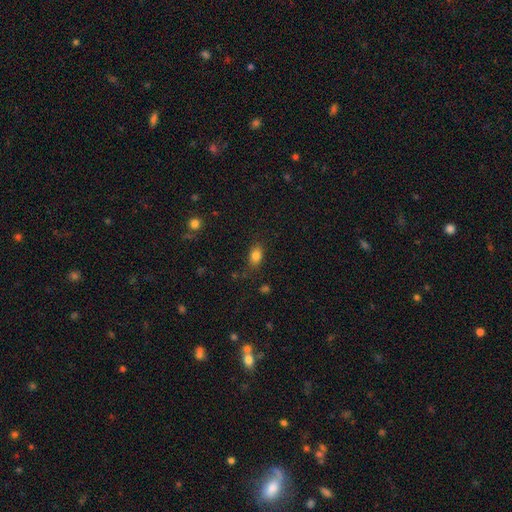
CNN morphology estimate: This is clearly a smooth galaxy (83%). How rounded: likely in between (77%). Merging: likely none (79%).